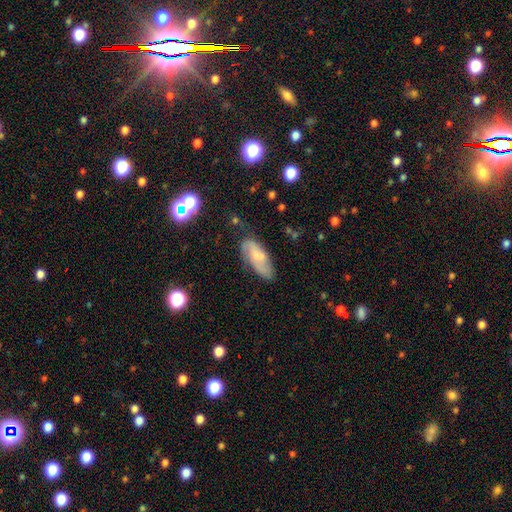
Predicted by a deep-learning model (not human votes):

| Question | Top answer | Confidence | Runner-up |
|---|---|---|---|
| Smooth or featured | featured or disk | 49% | smooth (41%) |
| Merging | none | 69% | minor disturbance (21%) |